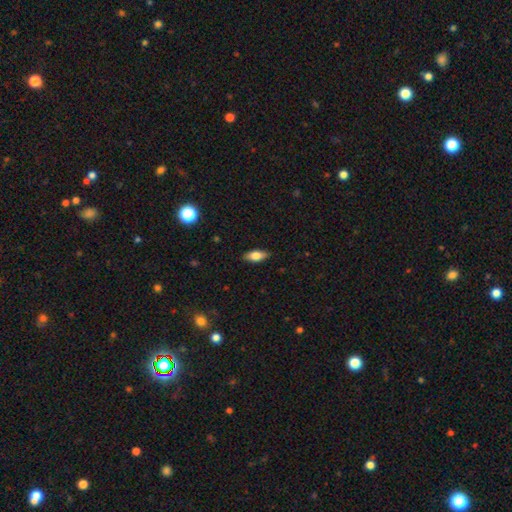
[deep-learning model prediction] Smooth or featured? smooth (72%)
How rounded? in between (81%)
Merging? none (86%)